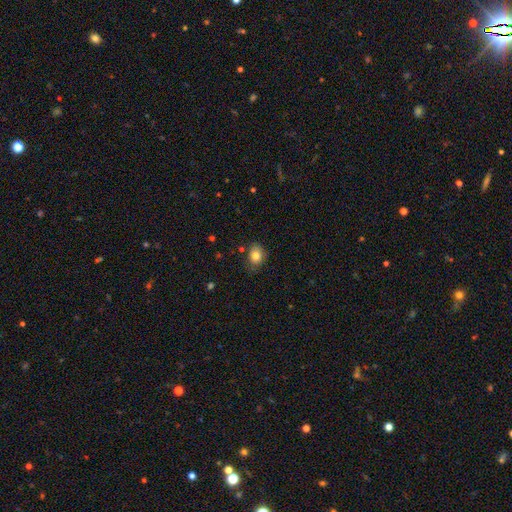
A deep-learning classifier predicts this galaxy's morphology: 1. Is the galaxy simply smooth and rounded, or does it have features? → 80% smooth, 10% featured or disk, 10% star or artifact.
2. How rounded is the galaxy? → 54% in between, 45% round, 1% cigar-shaped.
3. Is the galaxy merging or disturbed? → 73% none, 21% minor disturbance, 4% major disturbance, 2% merger.